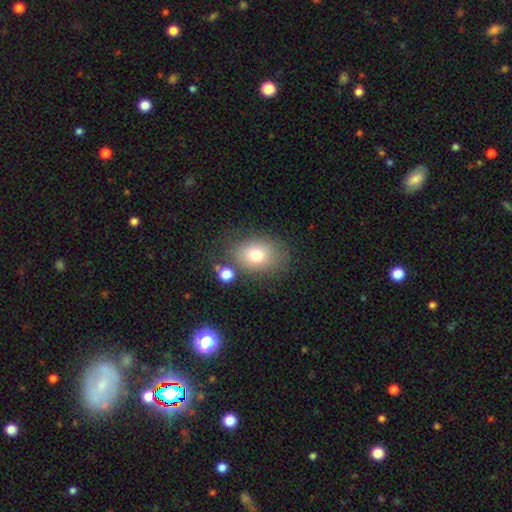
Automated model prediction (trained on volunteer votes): The model was most divided on "how rounded": in between: 61%, round: 38%, cigar-shaped: 1%. More confident: smooth or featured — smooth (74%); merging — none (68%).